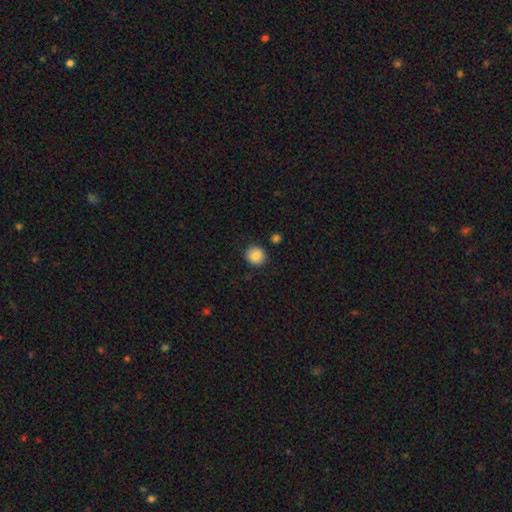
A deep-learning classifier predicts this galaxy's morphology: This appears to be a smooth galaxy with no disk features (86%) that is round (88%). Merging: none (88%).